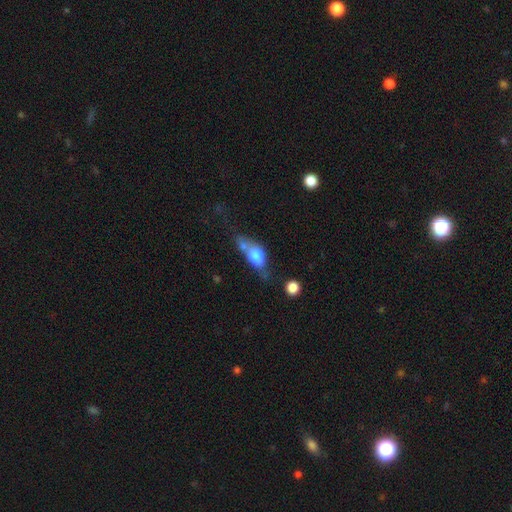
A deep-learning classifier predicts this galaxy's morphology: Overall: smooth (69%). How rounded: in between (75%). Merging: merger (37%; none 27%).